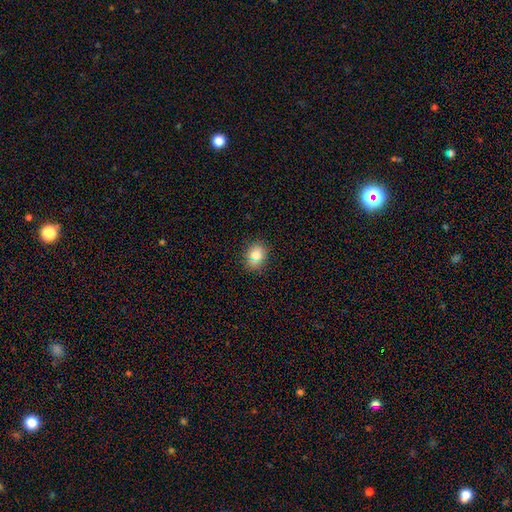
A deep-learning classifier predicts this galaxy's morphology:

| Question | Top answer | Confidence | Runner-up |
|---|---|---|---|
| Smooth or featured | smooth | 79% | star or artifact (13%) |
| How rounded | round | 54% | in between (45%) |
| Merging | none | 85% | minor disturbance (11%) |